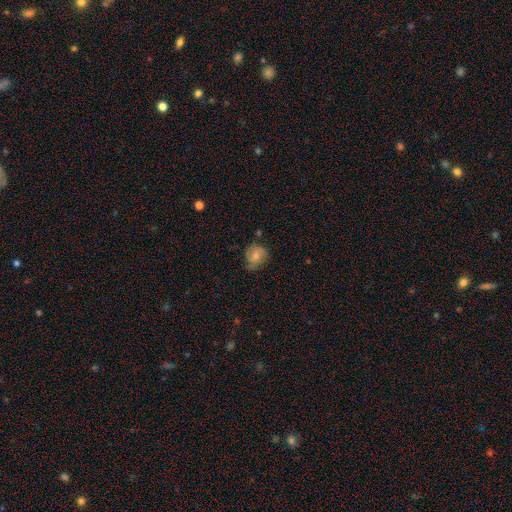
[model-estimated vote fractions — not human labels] smooth 55%, featured or disk 36%, star or artifact 9%. Down the decision tree: how rounded — round (75%); merging — none (60%).